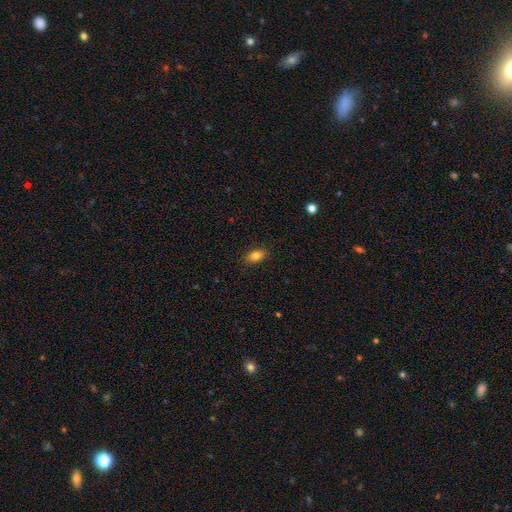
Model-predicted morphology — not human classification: Overall: smooth (84%). How rounded: in between (88%). Merging: none (87%).